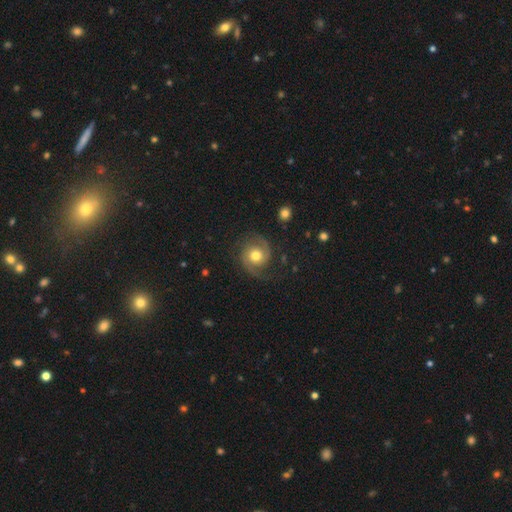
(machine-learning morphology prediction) This is likely a featured or disk galaxy (74%). It is clearly not viewed edge-on (98%). Bar: likely no (76%). Spiral arm pattern: clearly yes (95%). Spiral arm count: clearly 2 (89%). Spiral winding: possibly medium (48%). Central bulge: likely moderate (73%). Merging: likely none (74%).